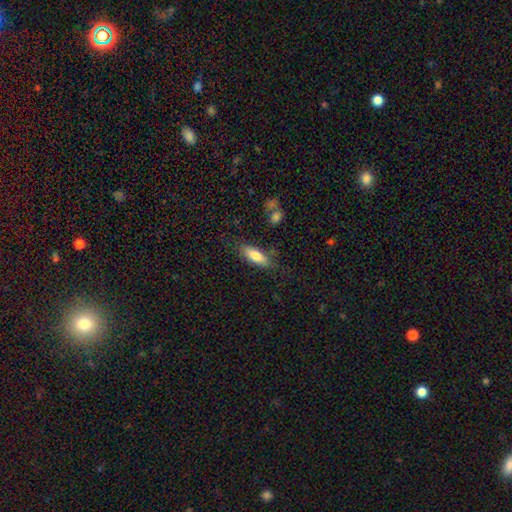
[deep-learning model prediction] Morphology: type=smooth (75%); roundness=in between (61%); merging=none (77%).